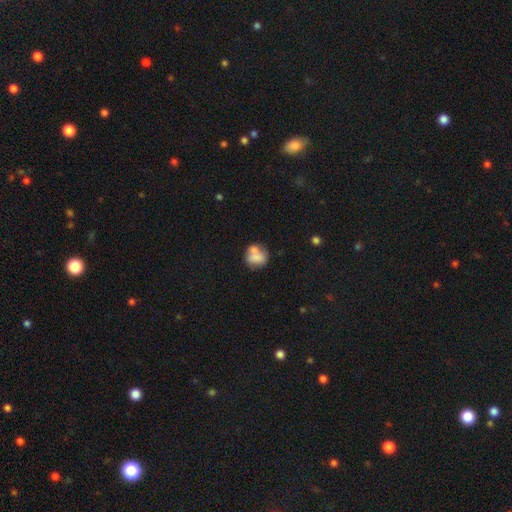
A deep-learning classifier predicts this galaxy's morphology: A smooth galaxy with no disk features (66%) that is round (64%). Merging: none (39%).